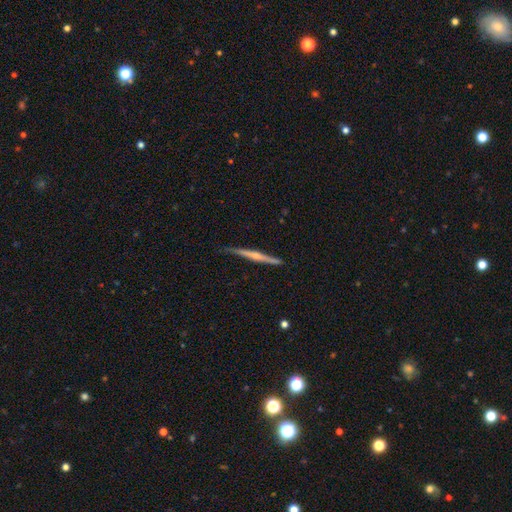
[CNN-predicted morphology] smooth-or-featured: featured or disk: 71% | smooth: 24% | star or artifact: 5%
  disk-edge-on: yes: 98% | no: 2%
    edge-on-bulge: rounded: 72% | none: 21% | boxy: 7%
  merging: none: 84% | minor disturbance: 13% | major disturbance: 2% | merger: 1%